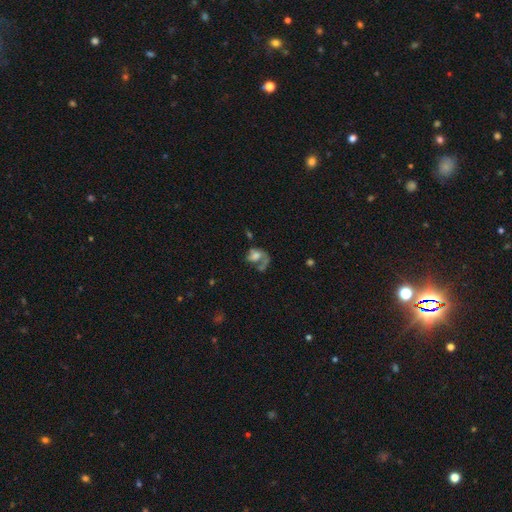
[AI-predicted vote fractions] smooth-or-featured: featured or disk: 56% | smooth: 33% | star or artifact: 11%
  disk-edge-on: no: 97% | yes: 3%
    bar: no: 73% | weak: 21% | strong: 5%
    has-spiral-arms: yes: 68% | no: 32%
    bulge-size: moderate: 38% | large: 27% | small: 17% | none: 13% | dominant: 4%
  merging: major disturbance: 40% | none: 26% | merger: 20% | minor disturbance: 14%